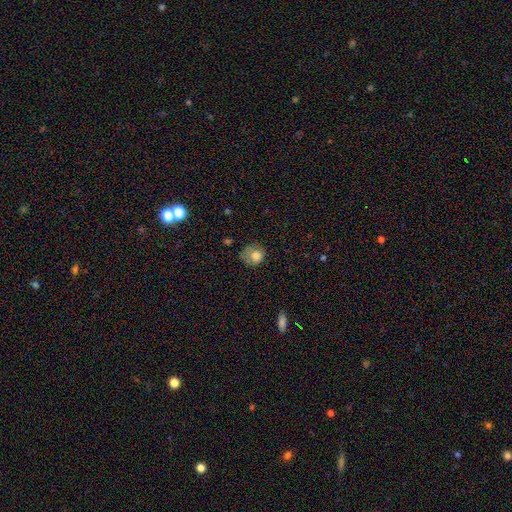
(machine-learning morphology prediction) type=smooth (77%); roundness=round (77%); merging=none (51%).